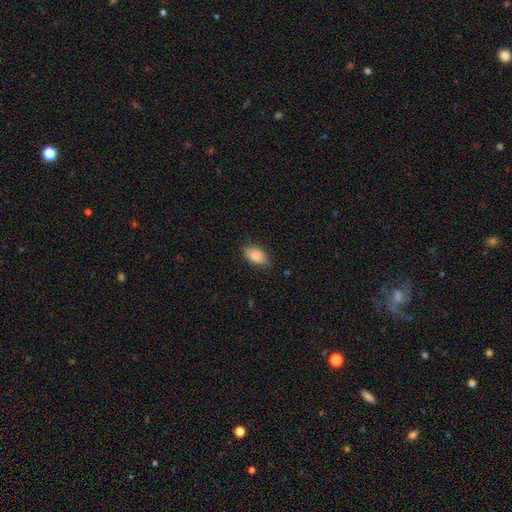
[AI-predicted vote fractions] smooth_or_featured: smooth (p=0.81) [alt: featured or disk p=0.11]
how_rounded: in between (p=0.90) [alt: round p=0.06]
merging: none (p=0.75) [alt: minor disturbance p=0.21]